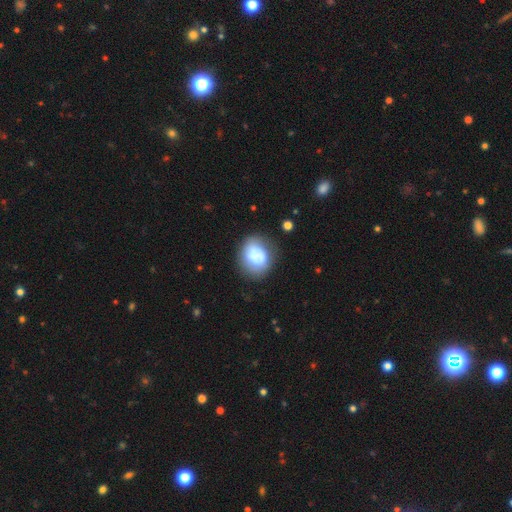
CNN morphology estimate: type=smooth (73%); roundness=round (59%); merging=none (61%).